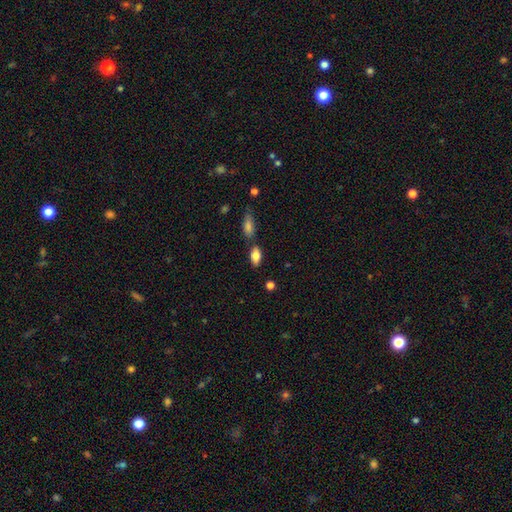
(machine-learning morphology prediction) This is clearly a smooth galaxy (80%). How rounded: clearly in between (87%). Merging: likely none (69%).